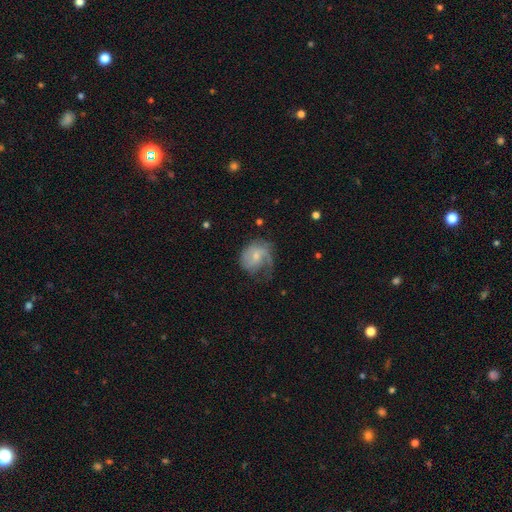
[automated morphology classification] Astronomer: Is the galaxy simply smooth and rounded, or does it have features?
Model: featured or disk — 67%.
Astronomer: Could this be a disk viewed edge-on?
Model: no — 98%.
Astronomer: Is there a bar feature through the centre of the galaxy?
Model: no — 58% (runner-up: weak, 36%).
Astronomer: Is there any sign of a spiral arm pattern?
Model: yes — 88%.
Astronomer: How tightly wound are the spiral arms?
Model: medium — 40% (runner-up: loose, 34%).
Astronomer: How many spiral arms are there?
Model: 1 — 52%.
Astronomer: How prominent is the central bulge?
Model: small — 64%.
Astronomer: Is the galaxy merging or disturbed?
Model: none — 43% (runner-up: major disturbance, 30%).